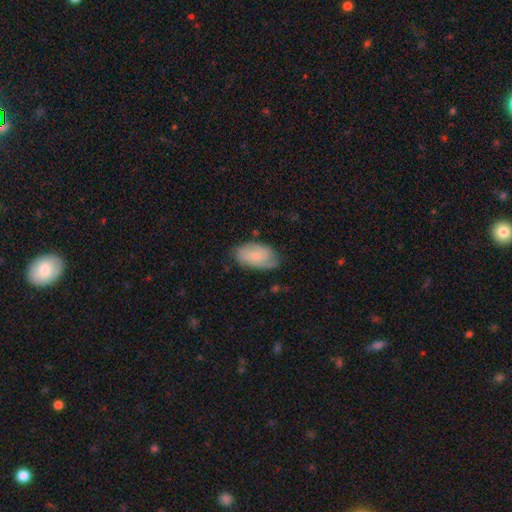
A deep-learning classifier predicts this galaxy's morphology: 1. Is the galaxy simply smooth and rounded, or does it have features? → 56% featured or disk, 37% smooth, 7% star or artifact.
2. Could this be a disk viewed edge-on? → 95% no, 5% yes.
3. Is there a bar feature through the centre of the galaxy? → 69% no, 28% weak, 4% strong.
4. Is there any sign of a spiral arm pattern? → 89% yes, 11% no.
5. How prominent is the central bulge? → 63% small, 25% moderate, 10% none, 2% large, 1% dominant.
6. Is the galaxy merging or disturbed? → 70% none, 23% minor disturbance, 6% major disturbance, 1% merger.